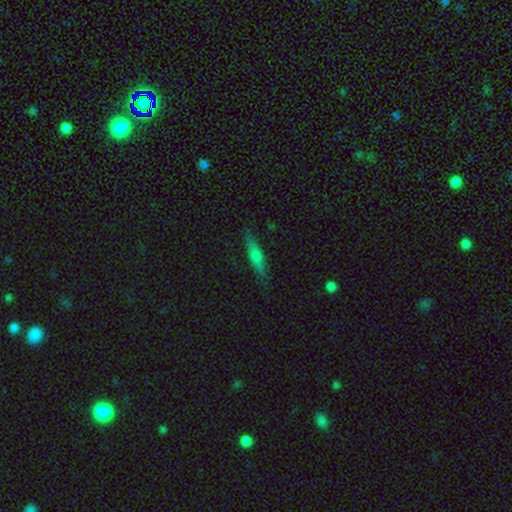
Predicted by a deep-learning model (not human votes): Q: Smooth or featured?
A: smooth (58%); runner-up: featured or disk (35%)
Q: How rounded?
A: cigar-shaped (77%); runner-up: in between (21%)
Q: Merging?
A: none (84%); runner-up: minor disturbance (12%)